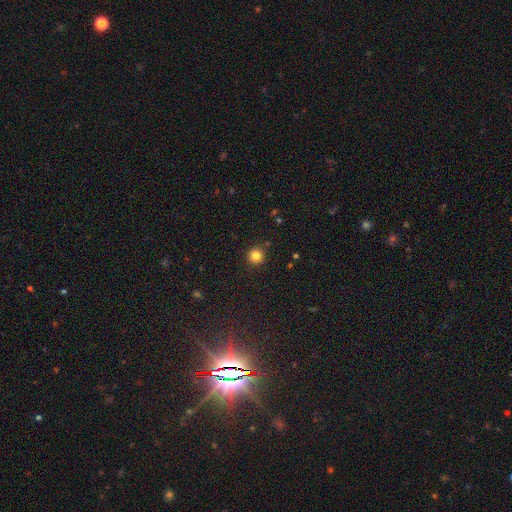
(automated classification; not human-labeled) This appears to be a smooth galaxy with no disk features (82%) that is round (95%). Merging: none (92%).